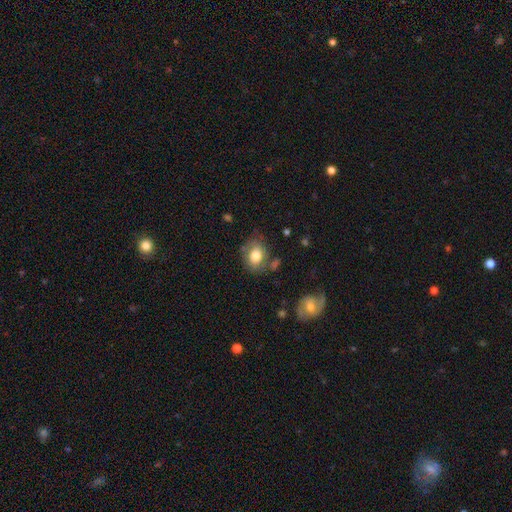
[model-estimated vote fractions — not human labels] Smooth or featured? smooth (77%)
How rounded? in between (56%)
Merging? none (66%)